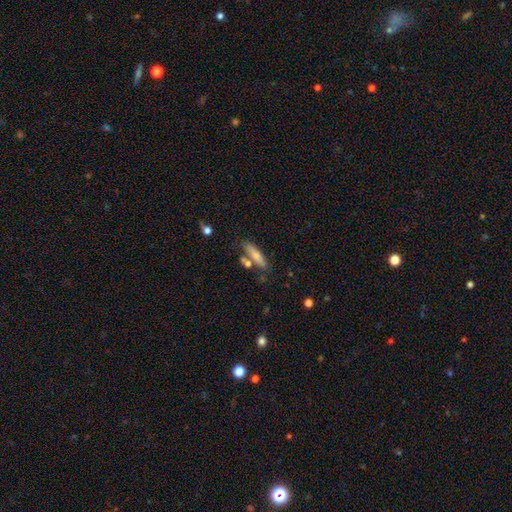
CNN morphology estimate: smooth_or_featured: smooth (p=0.74) [alt: featured or disk p=0.19]
how_rounded: cigar-shaped (p=0.75) [alt: in between p=0.23]
merging: none (p=0.66) [alt: merger p=0.15]